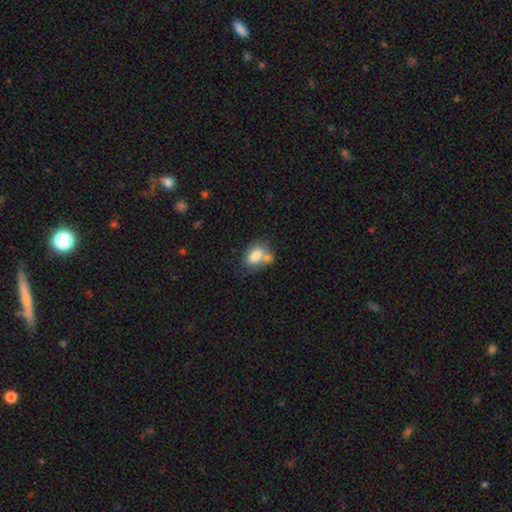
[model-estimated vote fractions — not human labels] smooth_or_featured: smooth (p=0.78) [alt: featured or disk p=0.14]
how_rounded: in between (p=0.85) [alt: round p=0.12]
merging: merger (p=0.44) [alt: none p=0.34]